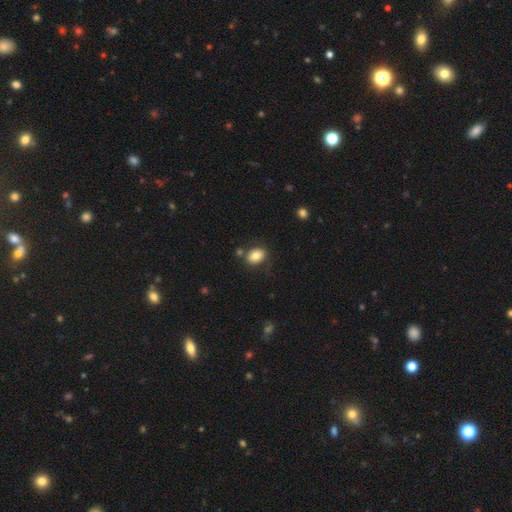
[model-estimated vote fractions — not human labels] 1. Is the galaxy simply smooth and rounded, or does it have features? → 81% smooth, 11% featured or disk, 9% star or artifact.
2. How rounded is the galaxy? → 66% in between, 33% round, 1% cigar-shaped.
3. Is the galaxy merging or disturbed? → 74% none, 14% minor disturbance, 8% merger, 5% major disturbance.